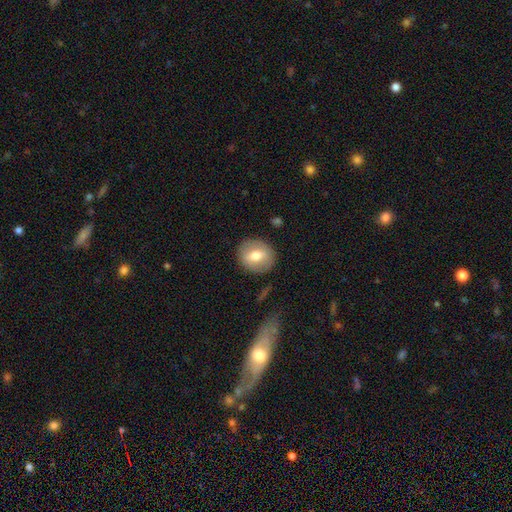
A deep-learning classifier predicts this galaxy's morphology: Smooth or featured? Predicted: smooth (p=0.61). How rounded? Predicted: round (p=0.77). Merging? Predicted: none (p=0.88).